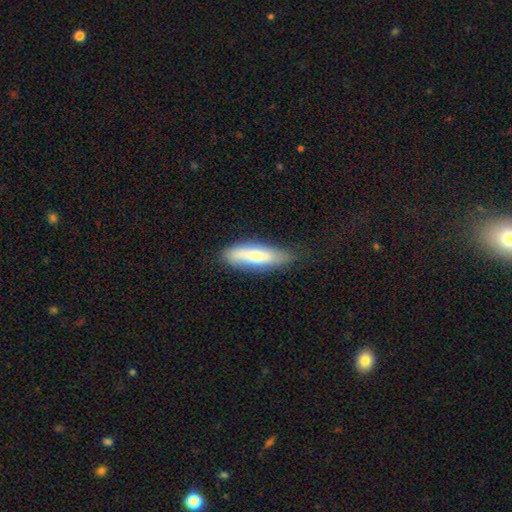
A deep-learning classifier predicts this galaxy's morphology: Smooth or featured?
  - smooth: 59% *
  - featured or disk: 35%
  - star or artifact: 6%
How rounded?
  - cigar-shaped: 57% *
  - in between: 41%
  - round: 2%
Merging?
  - none: 79% *
  - minor disturbance: 16%
  - major disturbance: 3%
  - merger: 1%